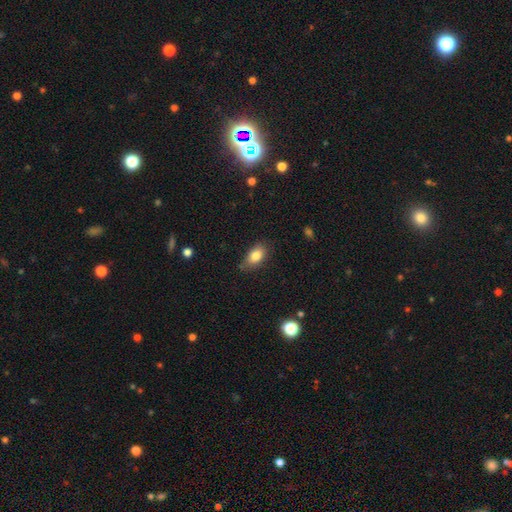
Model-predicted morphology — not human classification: This is clearly a smooth galaxy (82%). How rounded: clearly in between (87%). Merging: likely none (69%).